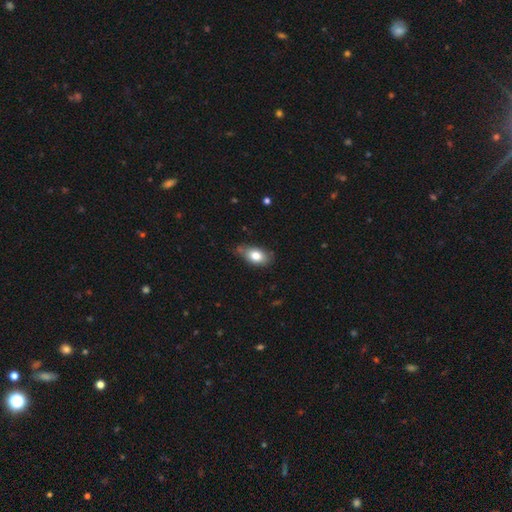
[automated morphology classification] A smooth galaxy with no disk features (79%) that is in between round and cigar-shaped (88%). Merging: none (64%).